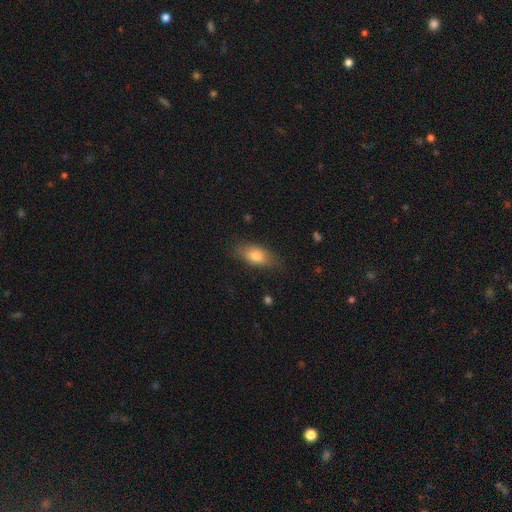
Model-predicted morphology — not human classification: smooth-or-featured: smooth: 77% | featured or disk: 16% | star or artifact: 7%
  how-rounded: in between: 83% | cigar-shaped: 12% | round: 5%
  merging: none: 78% | minor disturbance: 17% | major disturbance: 4% | merger: 1%